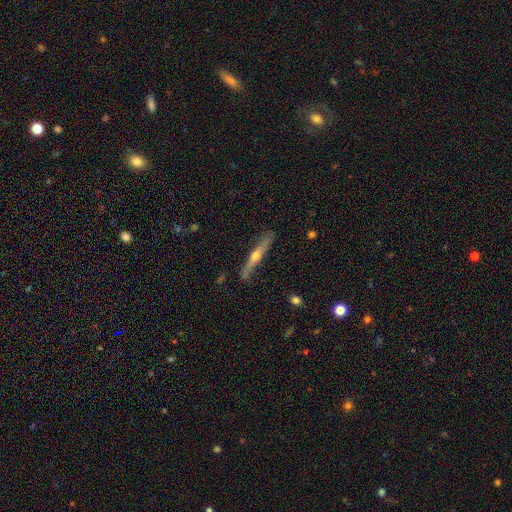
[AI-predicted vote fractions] Overall: featured or disk (68%). Edge-on disk: yes (96%). Edge-on bulge: rounded (91%). Merging: none (84%).